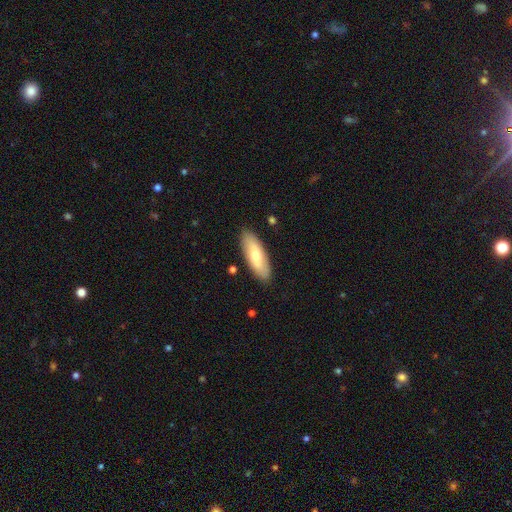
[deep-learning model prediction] This appears to be a smooth galaxy with no disk features (64%) that is in between round and cigar-shaped (70%). Merging: none (87%).